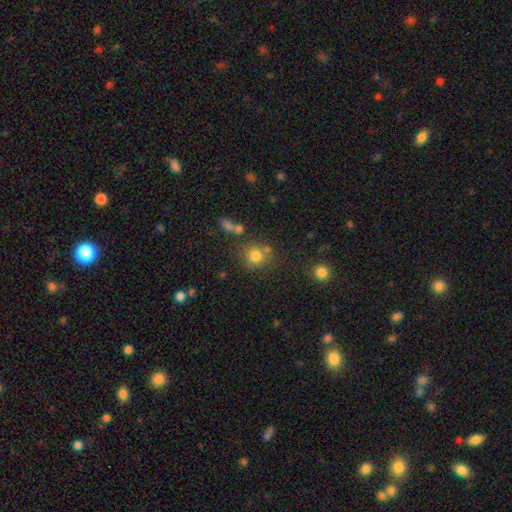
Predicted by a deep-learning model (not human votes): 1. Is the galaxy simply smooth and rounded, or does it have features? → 79% smooth, 13% star or artifact, 8% featured or disk.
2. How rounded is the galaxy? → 86% round, 13% in between, 1% cigar-shaped.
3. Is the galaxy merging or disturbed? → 70% none, 13% minor disturbance, 12% merger, 5% major disturbance.